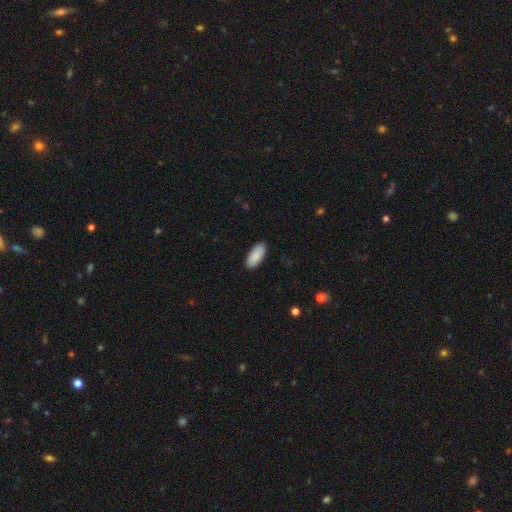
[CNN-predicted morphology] type=smooth (90%); roundness=in between (88%); merging=none (89%).